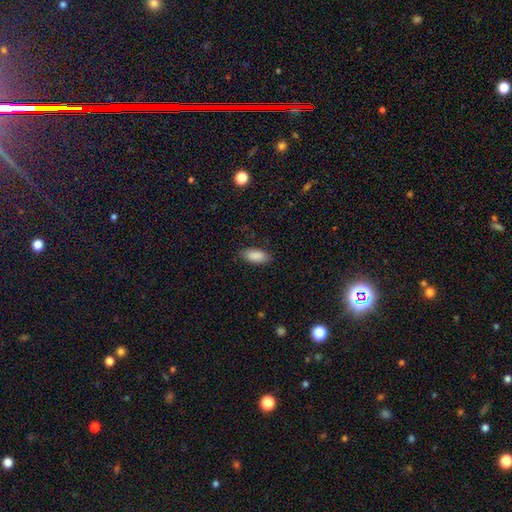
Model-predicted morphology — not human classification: Smooth or featured: smooth — 89% (star or artifact — 6%)
How rounded: in between — 88% (cigar-shaped — 10%)
Merging: none — 86% (minor disturbance — 10%)